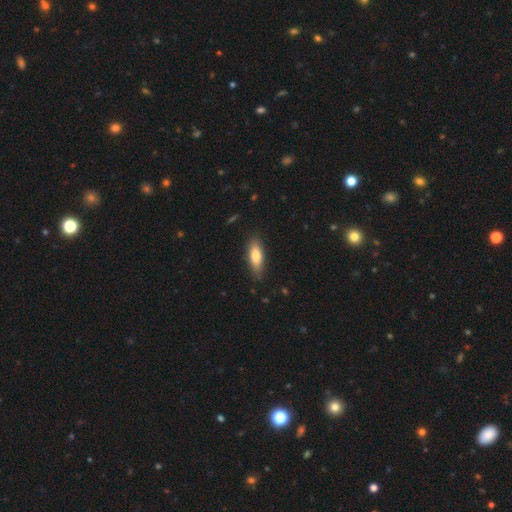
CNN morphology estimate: Smooth or featured: smooth — 80% (featured or disk — 14%)
How rounded: in between — 63% (cigar-shaped — 35%)
Merging: none — 83% (minor disturbance — 13%)